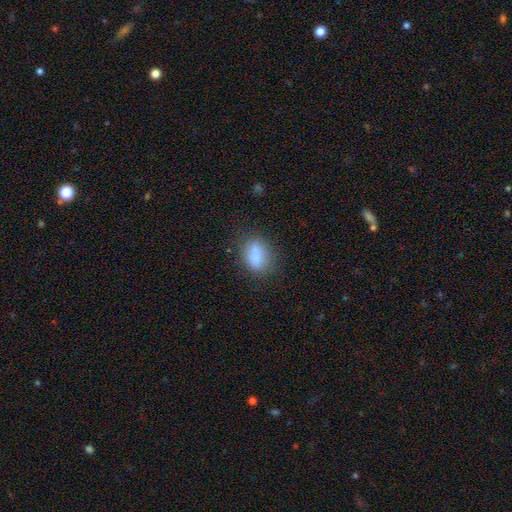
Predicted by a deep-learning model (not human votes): Overall: smooth (77%). How rounded: in between (75%). Merging: none (69%).